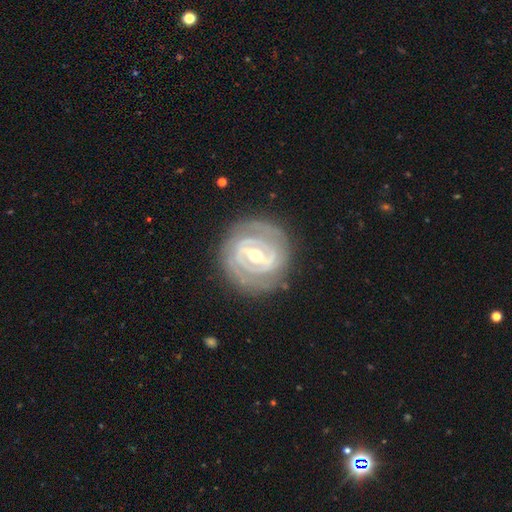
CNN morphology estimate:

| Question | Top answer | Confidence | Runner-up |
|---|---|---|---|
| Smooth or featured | featured or disk | 88% | smooth (8%) |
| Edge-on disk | no | 96% | yes (4%) |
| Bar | strong | 56% | weak (32%) |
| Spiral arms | yes | 87% | no (13%) |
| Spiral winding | tight | 79% | medium (17%) |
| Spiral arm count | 2 | 46% | can't tell (26%) |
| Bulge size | moderate | 61% | small (34%) |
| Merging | none | 82% | minor disturbance (12%) |